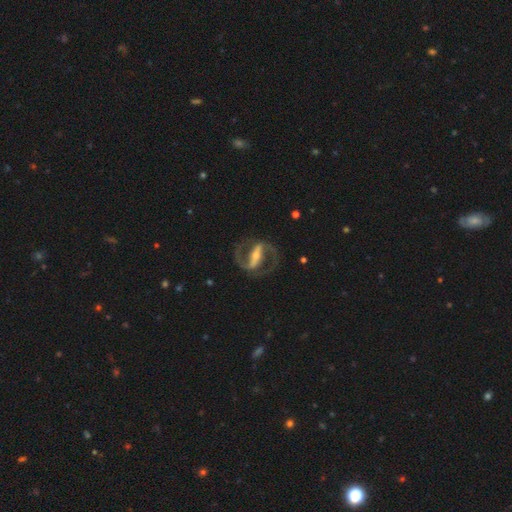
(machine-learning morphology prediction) This is clearly a featured or disk galaxy (91%). It is clearly not viewed edge-on (94%). Bar: likely strong (77%). Spiral arm pattern: clearly yes (93%). Spiral arm count: clearly 2 (93%). Spiral winding: possibly medium (59%). Central bulge: possibly small (47%). Merging: clearly none (80%).